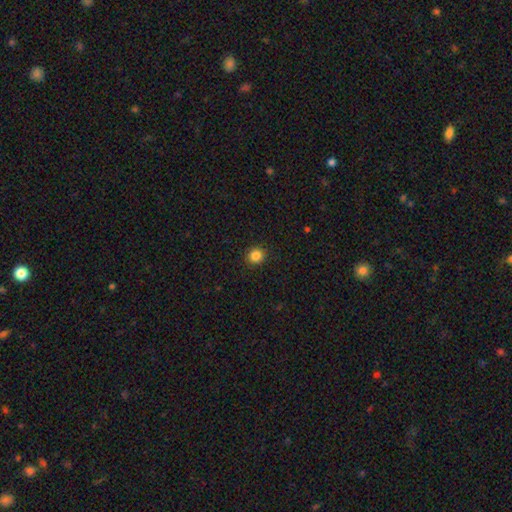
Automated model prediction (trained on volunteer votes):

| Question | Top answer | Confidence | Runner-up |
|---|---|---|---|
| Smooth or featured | smooth | 85% | star or artifact (11%) |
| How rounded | round | 89% | in between (10%) |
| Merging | none | 92% | minor disturbance (6%) |